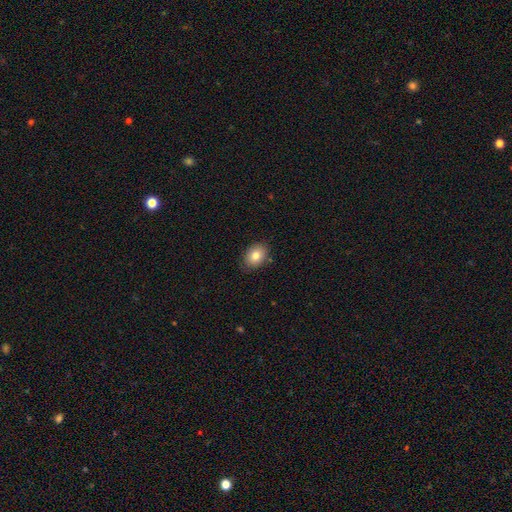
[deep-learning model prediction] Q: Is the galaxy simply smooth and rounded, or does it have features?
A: smooth — 82%.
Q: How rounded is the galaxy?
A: in between — 68%.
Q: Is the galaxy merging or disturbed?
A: none — 84%.